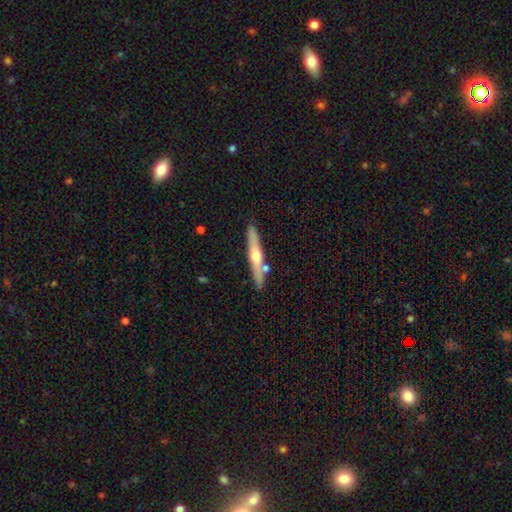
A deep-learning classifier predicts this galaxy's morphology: type=featured or disk (58%); edge-on=yes (93%); edge-on bulge=rounded (92%); merging=none (81%).